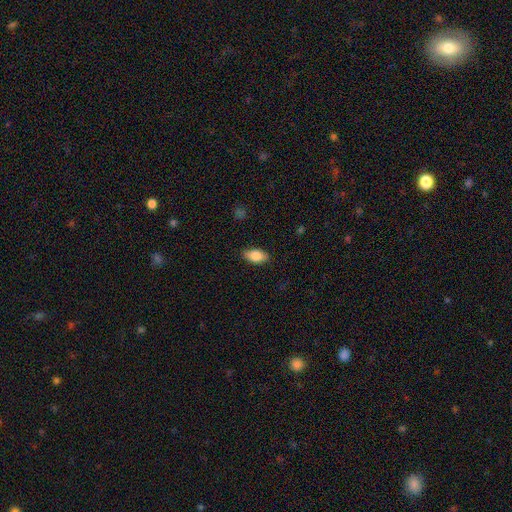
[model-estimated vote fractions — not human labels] Overall: smooth (83%). How rounded: in between (91%). Merging: none (87%).